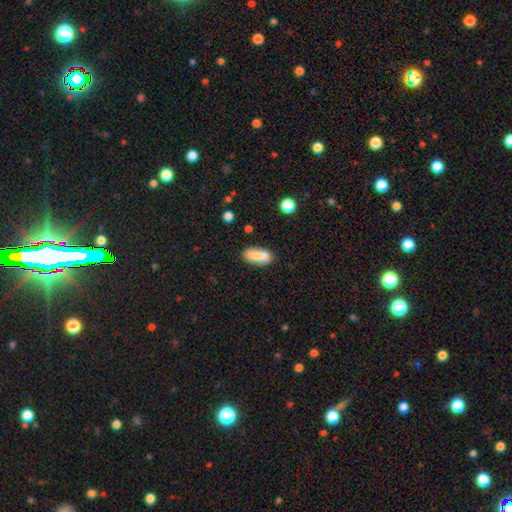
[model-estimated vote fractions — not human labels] smooth 78%, featured or disk 14%, star or artifact 8%. Down the decision tree: how rounded — in between (79%); merging — none (58%).